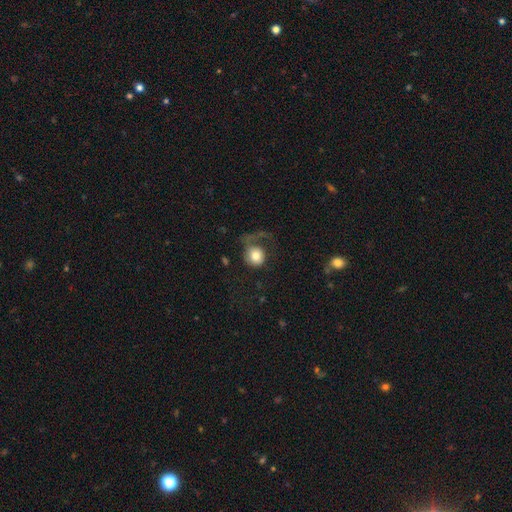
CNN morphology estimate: Smooth or featured?
  - smooth: 66% *
  - featured or disk: 26%
  - star or artifact: 8%
How rounded?
  - round: 83% *
  - in between: 16%
  - cigar-shaped: 1%
Merging?
  - major disturbance: 51% *
  - none: 30%
  - minor disturbance: 15%
  - merger: 4%